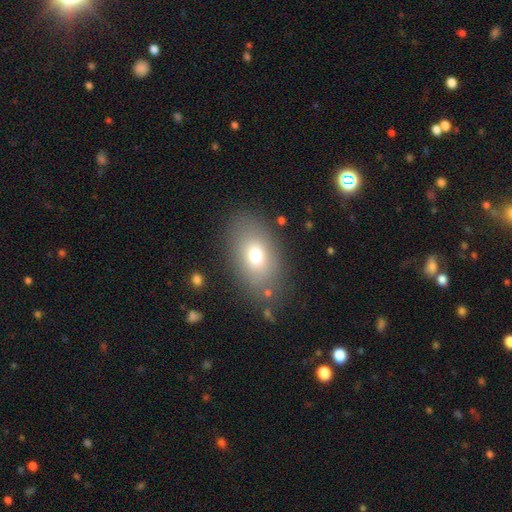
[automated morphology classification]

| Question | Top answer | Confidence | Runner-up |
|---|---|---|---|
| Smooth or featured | smooth | 70% | featured or disk (18%) |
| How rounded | in between | 85% | round (13%) |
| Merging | none | 82% | minor disturbance (11%) |